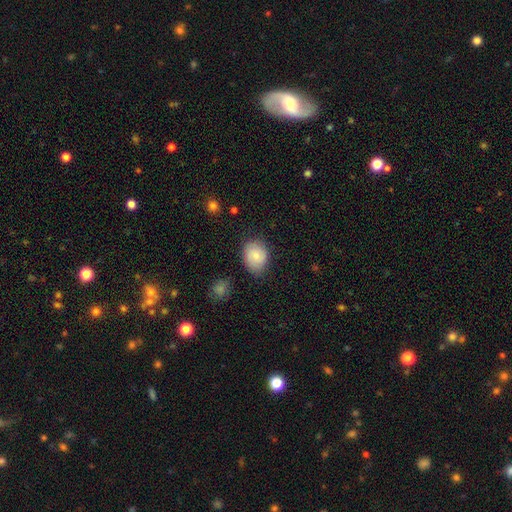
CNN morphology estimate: smooth-or-featured: smooth: 75% | featured or disk: 17% | star or artifact: 8%
  how-rounded: round: 51% | in between: 48% | cigar-shaped: 1%
  merging: none: 75% | minor disturbance: 19% | major disturbance: 4% | merger: 2%